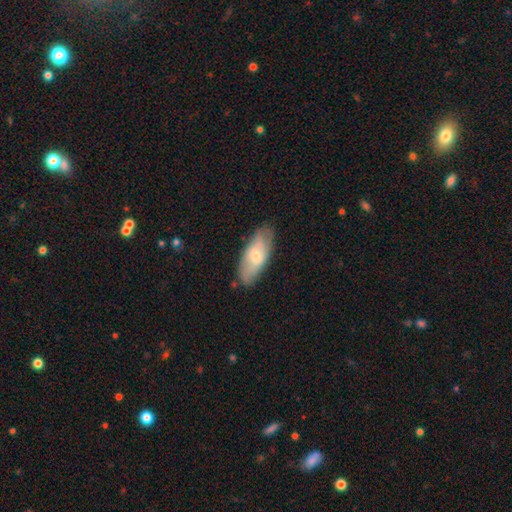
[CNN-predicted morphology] Q: Smooth or featured?
A: smooth (55%); runner-up: featured or disk (39%)
Q: How rounded?
A: in between (80%); runner-up: cigar-shaped (18%)
Q: Merging?
A: none (76%); runner-up: minor disturbance (19%)